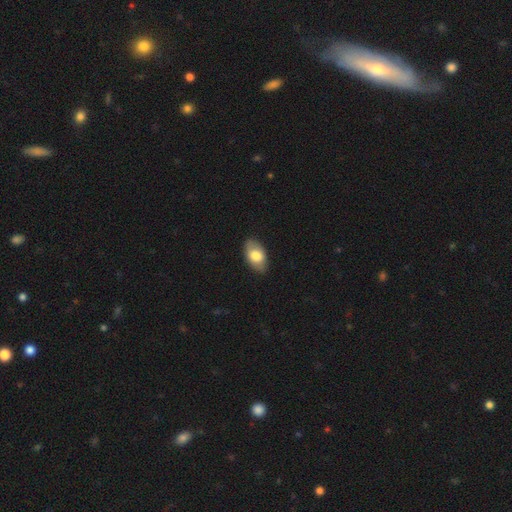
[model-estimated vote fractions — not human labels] The model was most divided on "smooth or featured": smooth: 74%, featured or disk: 20%, star or artifact: 6%. More confident: how rounded — in between (93%); merging — none (83%).